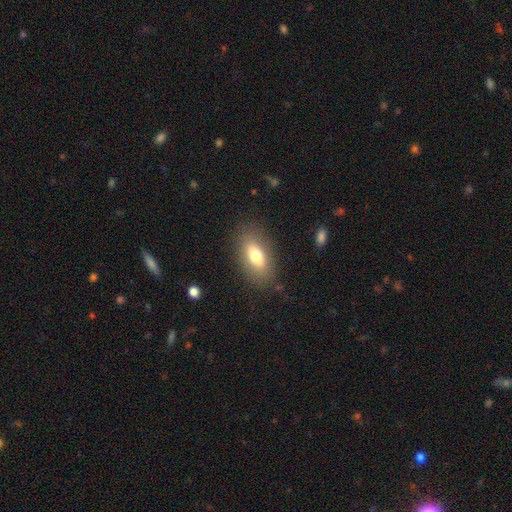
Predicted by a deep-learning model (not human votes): Smooth or featured?
  - smooth: 74% *
  - featured or disk: 18%
  - star or artifact: 8%
How rounded?
  - in between: 87% *
  - cigar-shaped: 8%
  - round: 5%
Merging?
  - none: 83% *
  - minor disturbance: 11%
  - major disturbance: 4%
  - merger: 1%